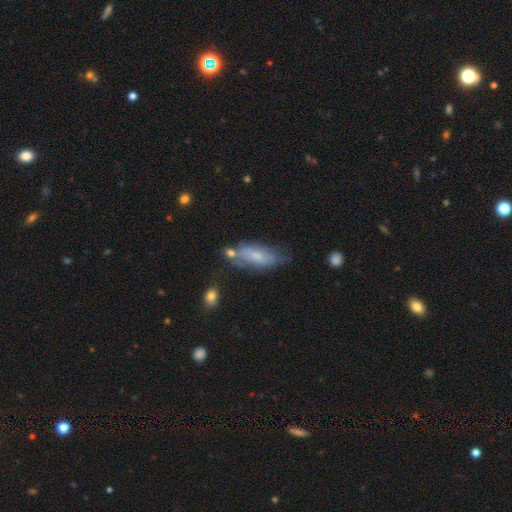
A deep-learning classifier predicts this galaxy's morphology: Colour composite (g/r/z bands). It shows a smooth galaxy with no disk features (52%) that is in between round and cigar-shaped (71%). Merging: none (50%).